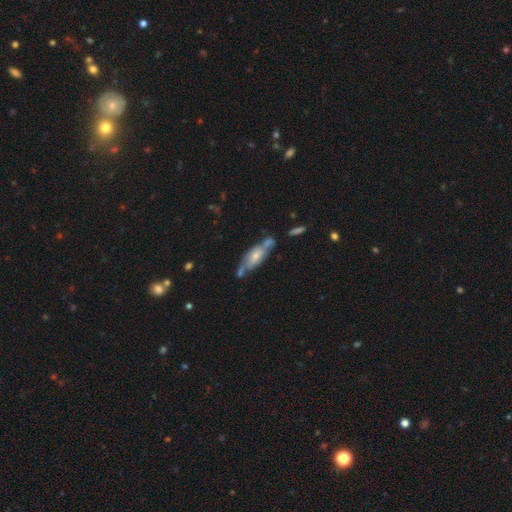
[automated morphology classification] featured or disk 50%, smooth 43%, star or artifact 7%. Down the decision tree: merging — none (40%).